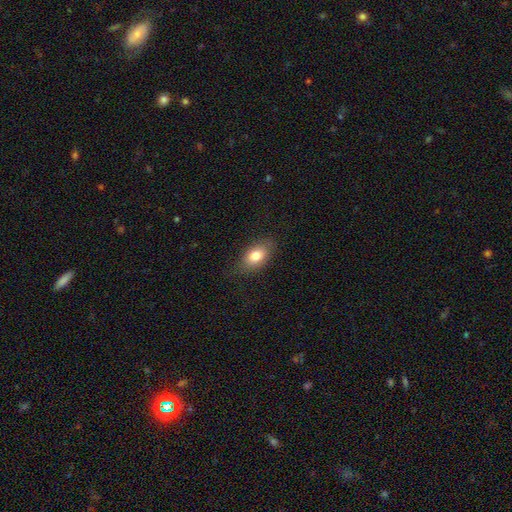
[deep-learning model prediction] Q: Smooth or featured?
A: smooth (79%); runner-up: featured or disk (13%)
Q: How rounded?
A: in between (86%); runner-up: round (11%)
Q: Merging?
A: none (79%); runner-up: minor disturbance (15%)